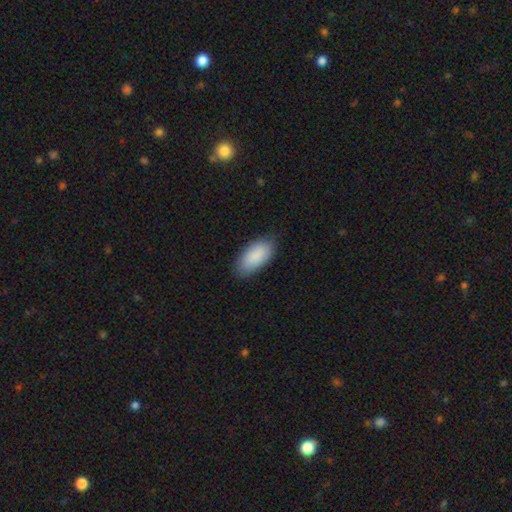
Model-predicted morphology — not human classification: Smooth or featured: smooth — 89% (featured or disk — 6%)
How rounded: in between — 92% (cigar-shaped — 6%)
Merging: none — 82% (minor disturbance — 14%)